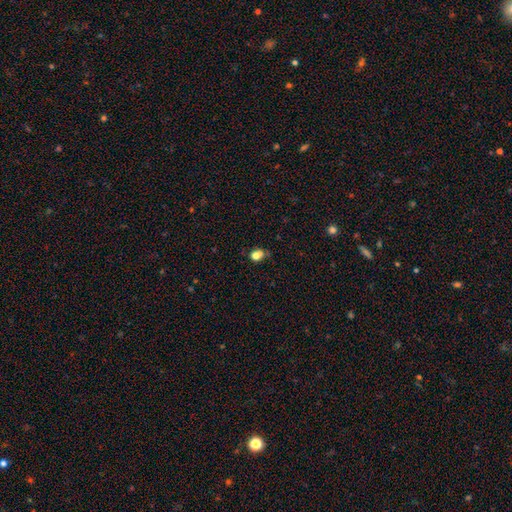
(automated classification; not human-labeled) Smooth or featured?
  - smooth: 74% *
  - star or artifact: 16%
  - featured or disk: 10%
How rounded?
  - in between: 53% *
  - round: 46%
  - cigar-shaped: 2%
Merging?
  - none: 47% *
  - minor disturbance: 26%
  - merger: 15%
  - major disturbance: 11%